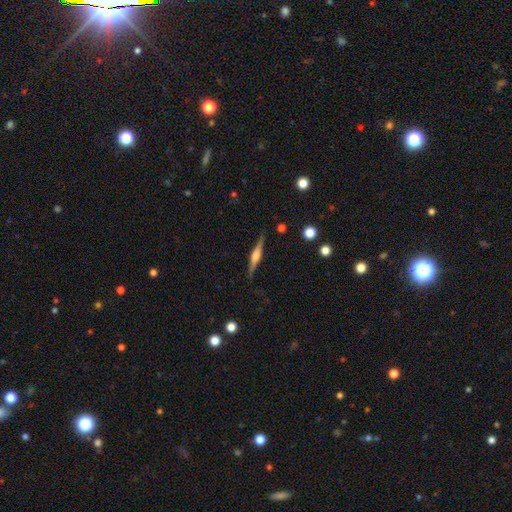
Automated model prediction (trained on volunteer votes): This appears to be a featured or disk galaxy (72%) viewed edge-on (98%) with a rounded central bulge (79%). Merging: none (88%).